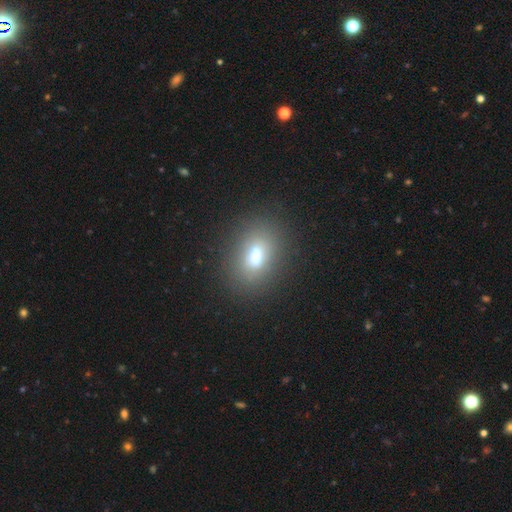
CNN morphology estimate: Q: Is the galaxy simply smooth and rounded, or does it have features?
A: smooth — 67%.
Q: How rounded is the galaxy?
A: in between — 75%.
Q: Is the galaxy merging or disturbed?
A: none — 79%.